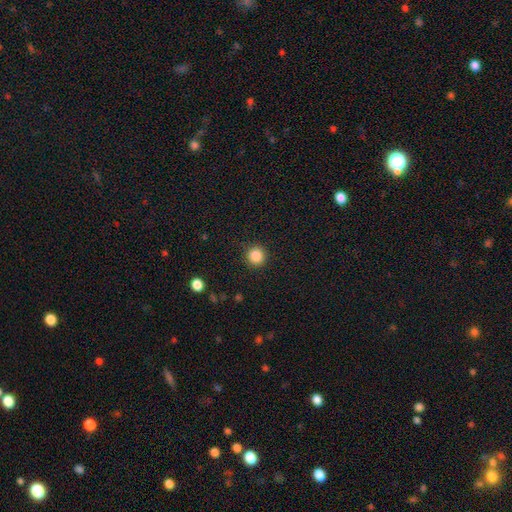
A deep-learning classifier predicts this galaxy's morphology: Smooth or featured? smooth (85%)
How rounded? round (94%)
Merging? none (90%)